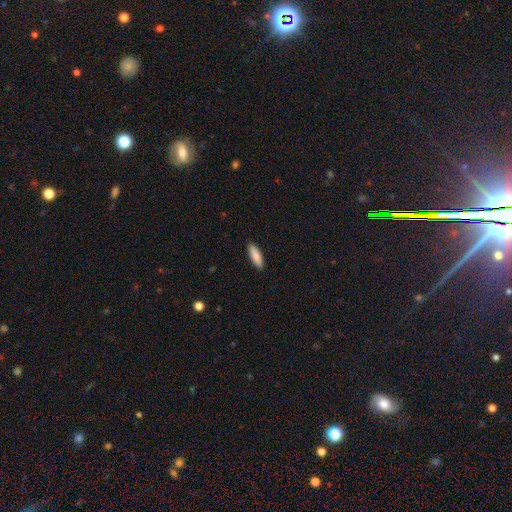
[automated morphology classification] A smooth galaxy with no disk features (88%) that is in between round and cigar-shaped (50%). Merging: none (90%).